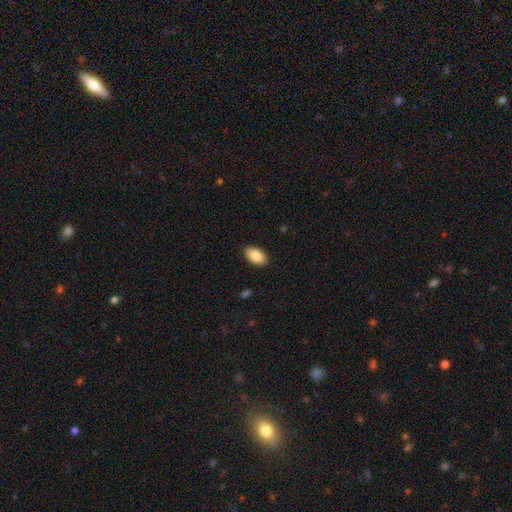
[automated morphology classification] Smooth or featured? smooth (87%)
How rounded? in between (95%)
Merging? none (89%)